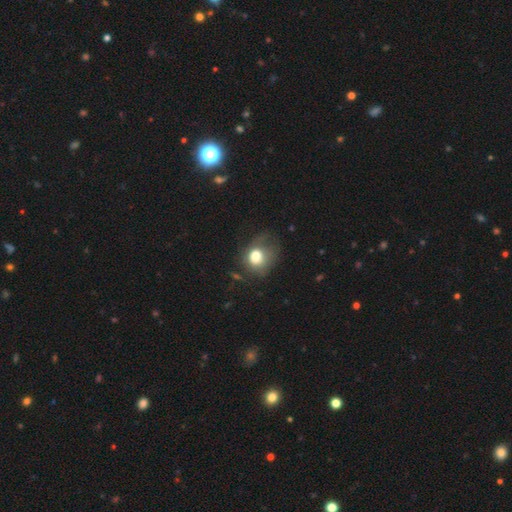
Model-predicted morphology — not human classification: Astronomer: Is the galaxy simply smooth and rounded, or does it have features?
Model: smooth — 70%.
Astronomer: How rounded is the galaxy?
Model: round — 56% (runner-up: in between, 44%).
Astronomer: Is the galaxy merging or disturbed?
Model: major disturbance — 35% (runner-up: none, 32%).